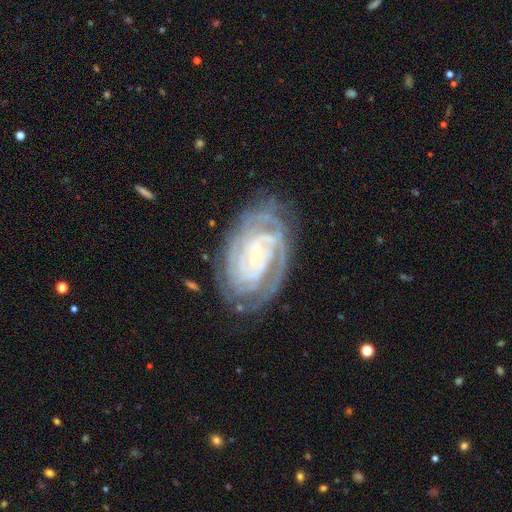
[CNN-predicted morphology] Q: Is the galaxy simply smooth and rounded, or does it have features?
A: featured or disk — 90%.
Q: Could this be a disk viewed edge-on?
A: no — 97%.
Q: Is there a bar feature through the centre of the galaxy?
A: no — 57%.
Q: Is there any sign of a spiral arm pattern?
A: yes — 98%.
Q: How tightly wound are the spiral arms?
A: tight — 78%.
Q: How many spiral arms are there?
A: can't tell — 22%.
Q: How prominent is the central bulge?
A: small — 84%.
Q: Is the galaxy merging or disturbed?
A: none — 76%.